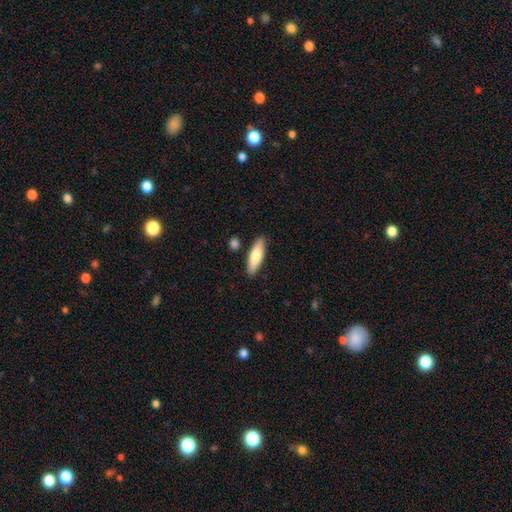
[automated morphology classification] Q: Smooth or featured?
A: smooth (73%); runner-up: featured or disk (21%)
Q: How rounded?
A: cigar-shaped (54%); runner-up: in between (43%)
Q: Merging?
A: none (86%); runner-up: minor disturbance (9%)